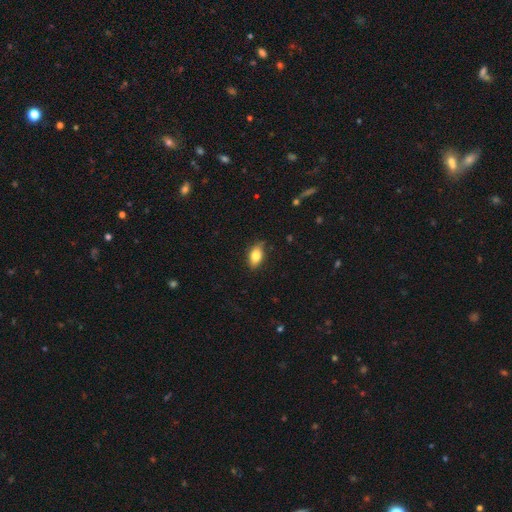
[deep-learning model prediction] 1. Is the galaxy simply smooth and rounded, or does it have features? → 80% smooth, 12% featured or disk, 8% star or artifact.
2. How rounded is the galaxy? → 88% in between, 7% round, 5% cigar-shaped.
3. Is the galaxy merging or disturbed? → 81% none, 16% minor disturbance, 3% major disturbance, 1% merger.